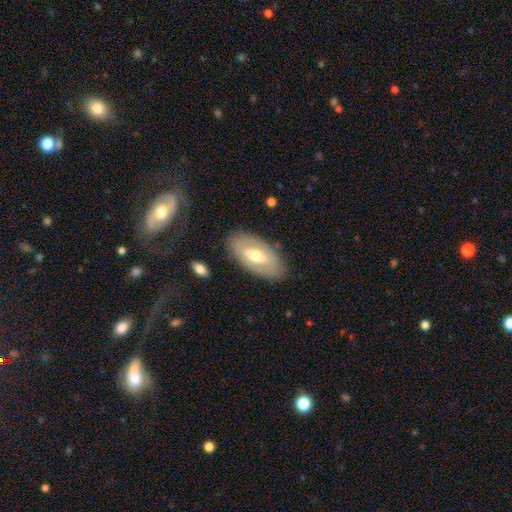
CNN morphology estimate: featured or disk 55%, smooth 39%, star or artifact 6%. Down the decision tree: edge-on disk — no (87%); merging — none (82%).